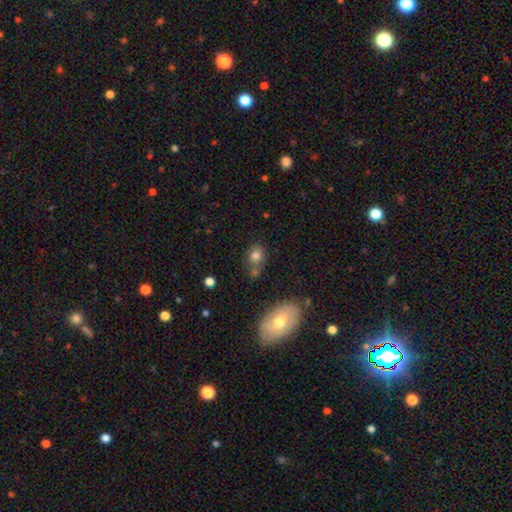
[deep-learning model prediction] The model was most divided on "how rounded": round: 53%, in between: 46%, cigar-shaped: 1%. More confident: smooth or featured — smooth (76%); merging — none (55%).